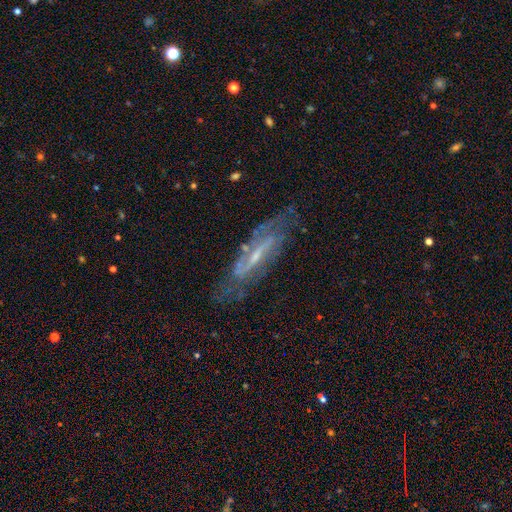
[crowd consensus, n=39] A featured or disk galaxy (95%) with a strong bar (48%), 2 (68%) medium (43%) spiral arms (97%) and a small central bulge (69%).

Vote fractions:
- Smooth or featured? featured or disk: 95% / smooth: 3% / star or artifact: 3%
- Edge-on disk? no: 78% / yes: 22%
- Bar? strong: 48% / weak: 45% / no: 7%
- Spiral arms? yes: 97% / no: 3%
- Spiral winding? medium: 43% / tight: 39% / loose: 18%
- Spiral arm count? 2: 68% / can't tell: 25% / 1: 4% / 3: 4% / 4: 0% / more than 4: 0%
- Bulge size? small: 69% / moderate: 28% / large: 3% / dominant: 0% / none: 0%
- Merging? none: 79% / minor disturbance: 18% / major disturbance: 3% / merger: 0%